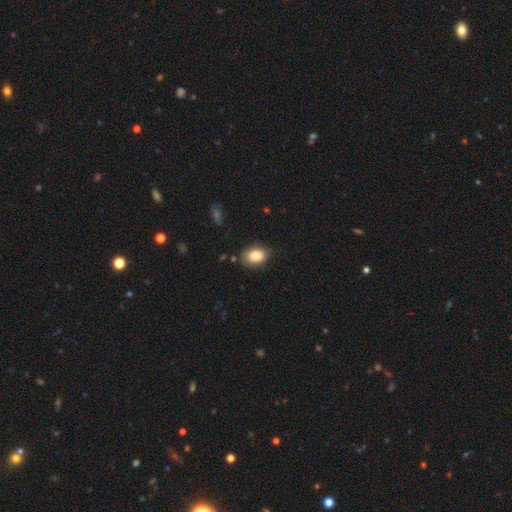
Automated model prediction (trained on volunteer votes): Overall: smooth (85%). How rounded: in between (79%). Merging: none (79%).